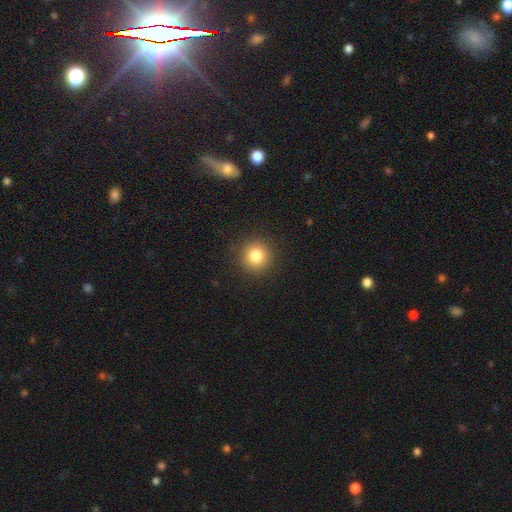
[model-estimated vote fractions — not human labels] Morphology: type=smooth (82%); roundness=round (93%); merging=none (92%).